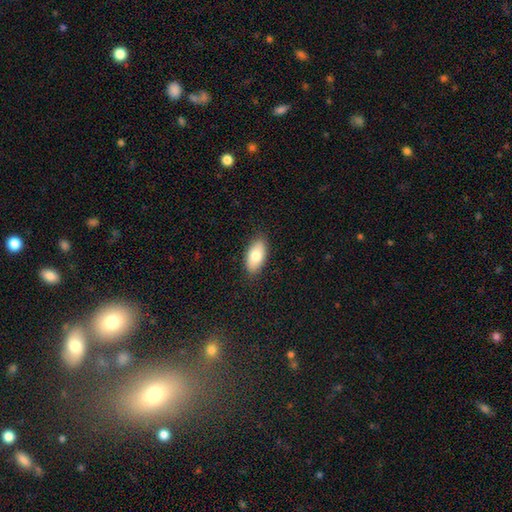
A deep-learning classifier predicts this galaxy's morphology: This is likely a smooth galaxy (79%). How rounded: clearly in between (92%). Merging: clearly none (87%).